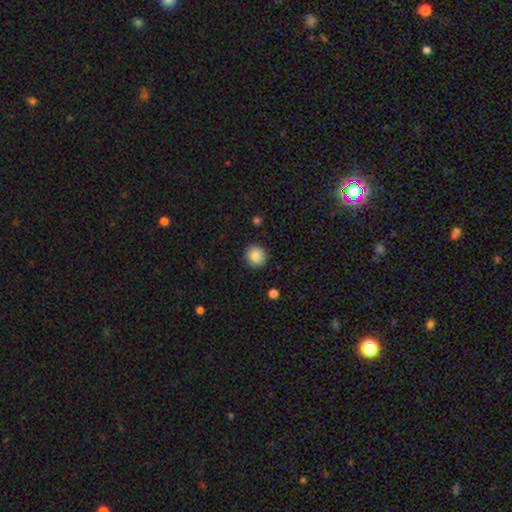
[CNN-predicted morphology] This is clearly a smooth galaxy (88%). How rounded: clearly round (90%). Merging: clearly none (90%).